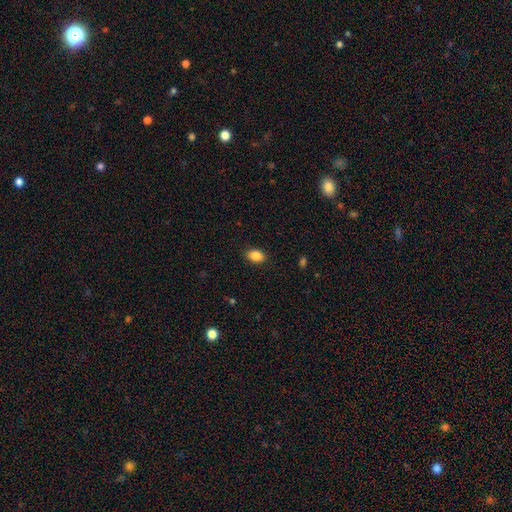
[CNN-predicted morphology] Smooth or featured: smooth — 87% (star or artifact — 9%)
How rounded: in between — 83% (round — 16%)
Merging: none — 89% (minor disturbance — 8%)